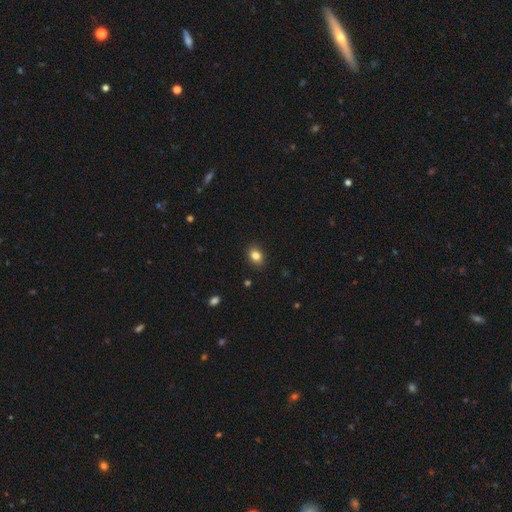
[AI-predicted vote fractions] smooth-or-featured: smooth: 83% | star or artifact: 10% | featured or disk: 7%
  how-rounded: in between: 67% | round: 32% | cigar-shaped: 1%
  merging: none: 87% | minor disturbance: 10% | major disturbance: 2% | merger: 1%